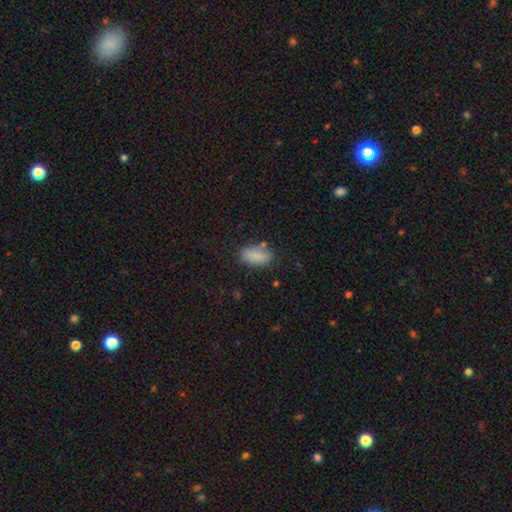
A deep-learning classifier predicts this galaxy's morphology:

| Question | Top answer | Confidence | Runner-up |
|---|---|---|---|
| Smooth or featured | smooth | 86% | star or artifact (7%) |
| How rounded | in between | 92% | round (5%) |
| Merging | none | 75% | minor disturbance (16%) |